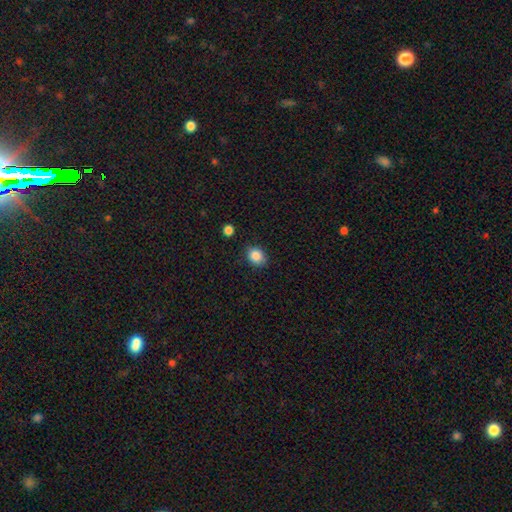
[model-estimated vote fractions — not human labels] This is clearly a smooth galaxy (86%). How rounded: likely round (60%). Merging: clearly none (82%).